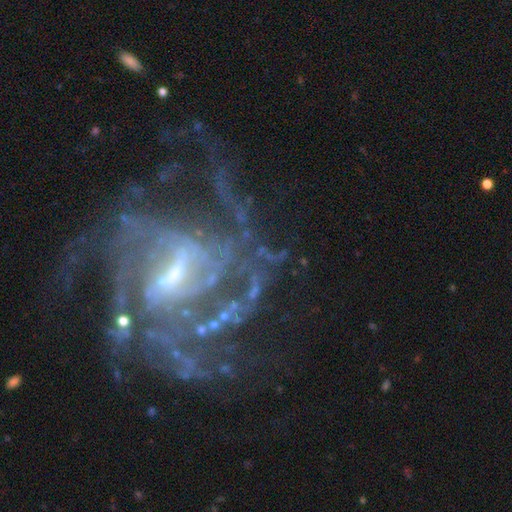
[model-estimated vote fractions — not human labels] featured or disk 88%, star or artifact 8%, smooth 4%. Down the decision tree: edge-on disk — no (97%); bar — weak (49%); spiral arms — yes (95%); spiral arm count — can't tell (28%); spiral winding — medium (44%); bulge size — small (59%); merging — none (54%).